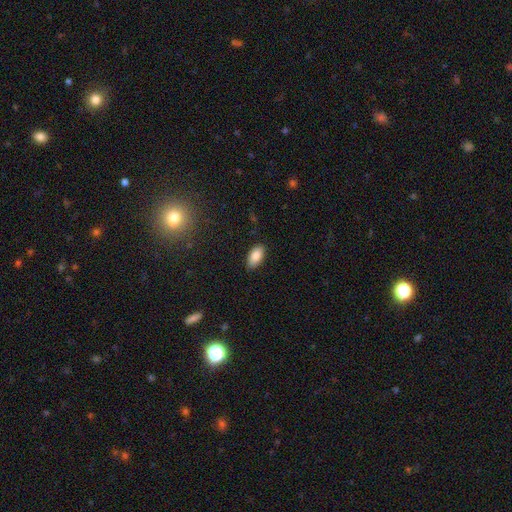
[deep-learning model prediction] smooth-or-featured: smooth: 86% | star or artifact: 7% | featured or disk: 7%
  how-rounded: in between: 93% | cigar-shaped: 4% | round: 3%
  merging: none: 87% | minor disturbance: 10% | major disturbance: 2% | merger: 1%